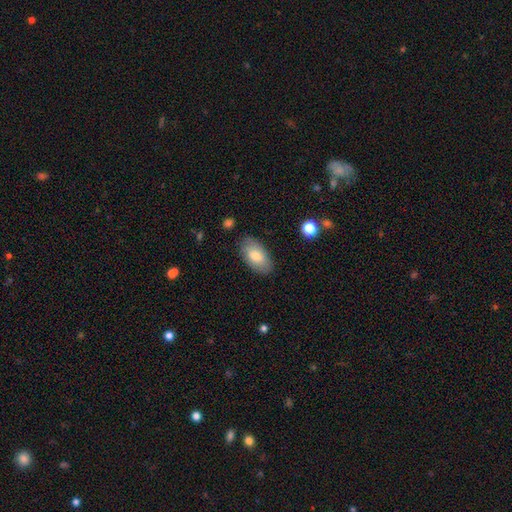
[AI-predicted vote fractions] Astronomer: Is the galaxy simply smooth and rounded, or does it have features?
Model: smooth — 76%.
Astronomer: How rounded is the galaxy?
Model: in between — 94%.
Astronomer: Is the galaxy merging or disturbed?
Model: none — 82%.